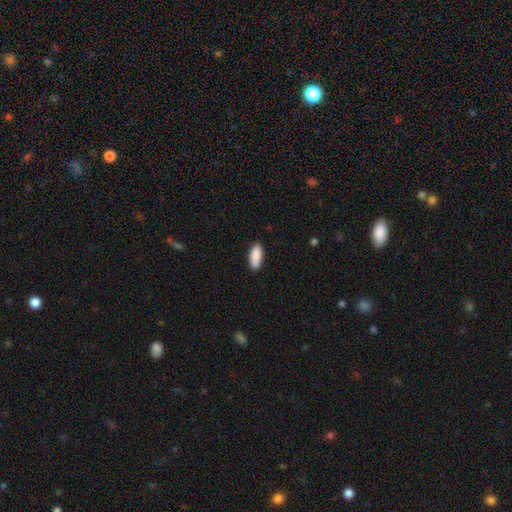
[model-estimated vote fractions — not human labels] Q: Smooth or featured?
A: smooth (89%); runner-up: star or artifact (6%)
Q: How rounded?
A: in between (82%); runner-up: cigar-shaped (16%)
Q: Merging?
A: none (84%); runner-up: minor disturbance (12%)